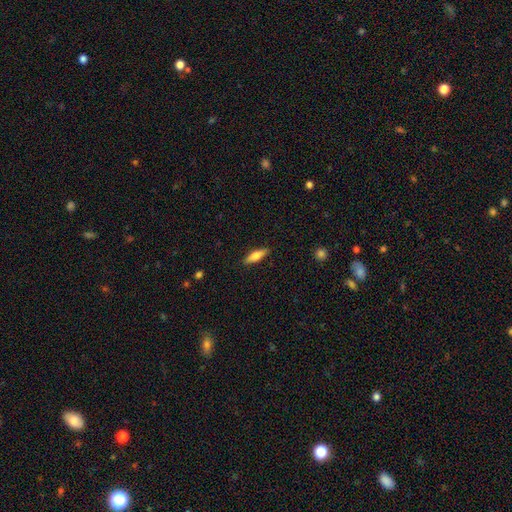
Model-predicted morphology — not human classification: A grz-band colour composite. It shows a smooth galaxy with no disk features (71%) that is cigar-shaped (53%). Merging: none (88%).